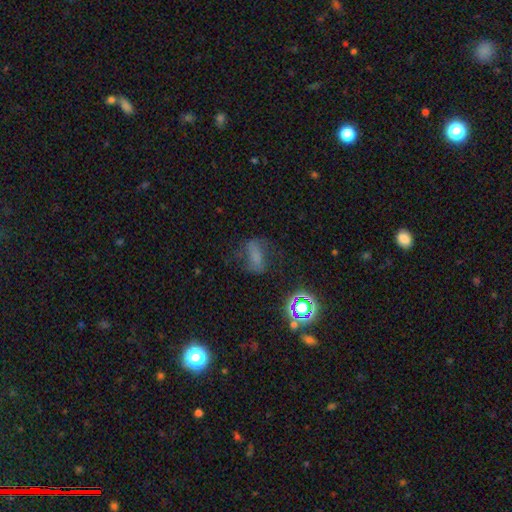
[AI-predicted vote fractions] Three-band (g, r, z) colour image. It shows a smooth galaxy with no disk features (48%). Merging: none (53%).